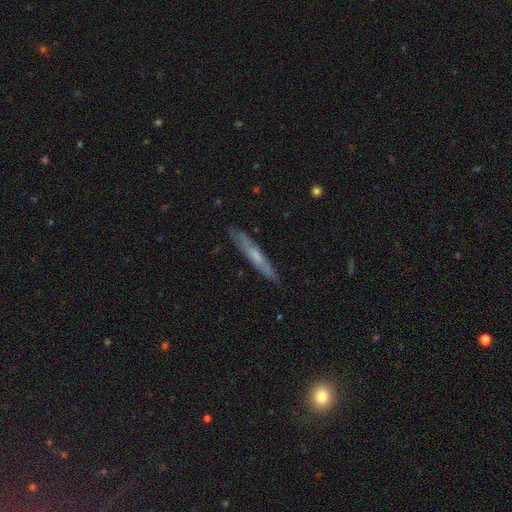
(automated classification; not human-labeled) featured or disk 50%, smooth 43%, star or artifact 6%. Down the decision tree: edge-on disk — yes (85%); merging — none (86%).